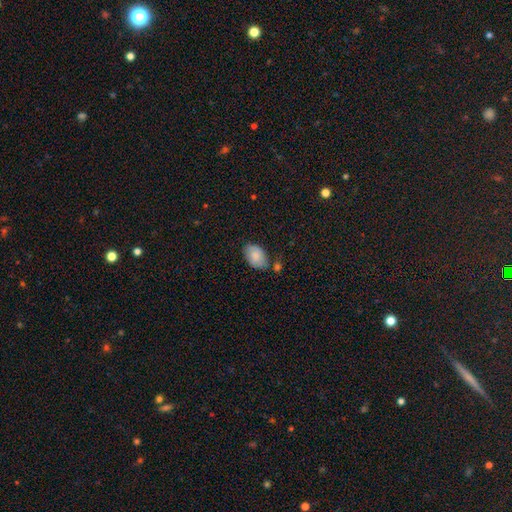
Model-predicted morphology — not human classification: Smooth or featured?
  - smooth: 83% *
  - featured or disk: 10%
  - star or artifact: 7%
How rounded?
  - in between: 89% *
  - round: 10%
  - cigar-shaped: 1%
Merging?
  - none: 66% *
  - minor disturbance: 21%
  - merger: 9%
  - major disturbance: 5%